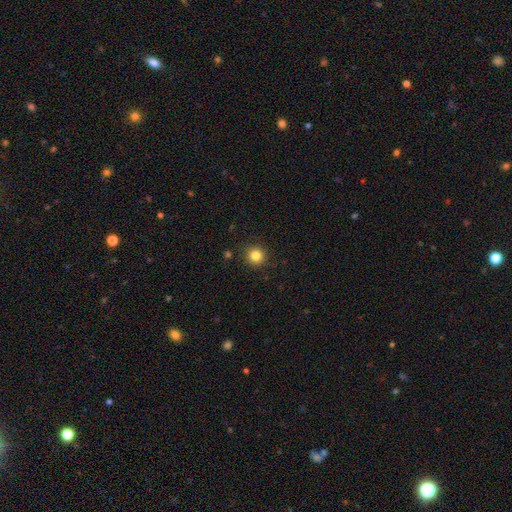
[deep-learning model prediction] The model was most divided on "smooth or featured": smooth: 83%, star or artifact: 12%, featured or disk: 5%. More confident: how rounded — round (93%); merging — none (91%).